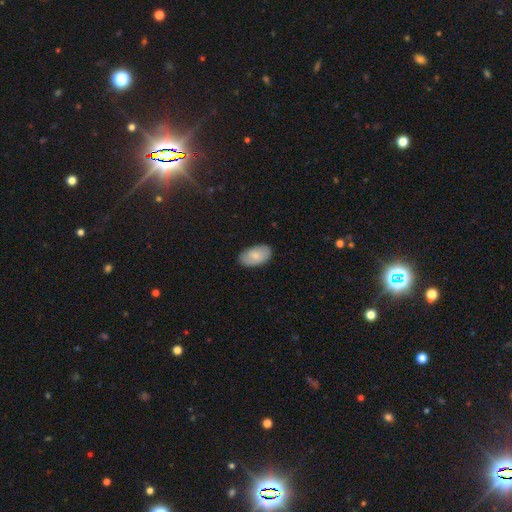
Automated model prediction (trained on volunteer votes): Smooth or featured? Predicted: smooth (p=0.77). How rounded? Predicted: in between (p=0.94). Merging? Predicted: none (p=0.82).